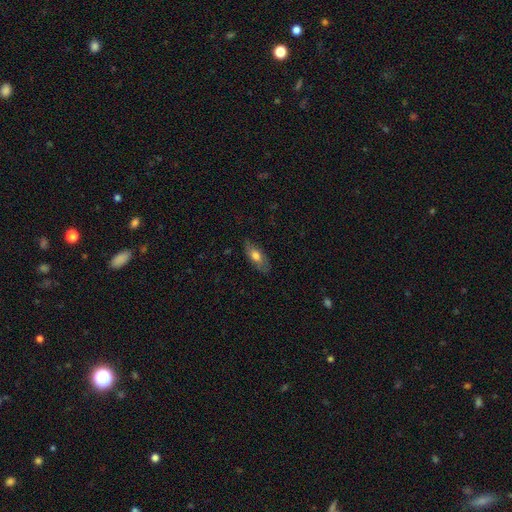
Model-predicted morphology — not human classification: smooth_or_featured: smooth (p=0.66) [alt: featured or disk p=0.27]
how_rounded: in between (p=0.79) [alt: cigar-shaped p=0.18]
merging: none (p=0.78) [alt: minor disturbance p=0.18]